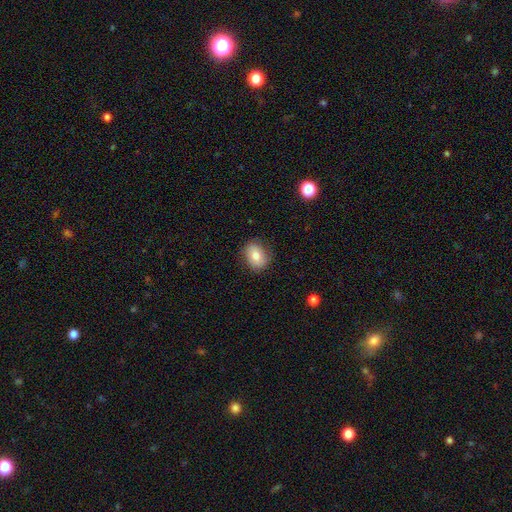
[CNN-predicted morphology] Smooth or featured: smooth — 78% (featured or disk — 14%)
How rounded: in between — 62% (round — 37%)
Merging: none — 83% (minor disturbance — 13%)